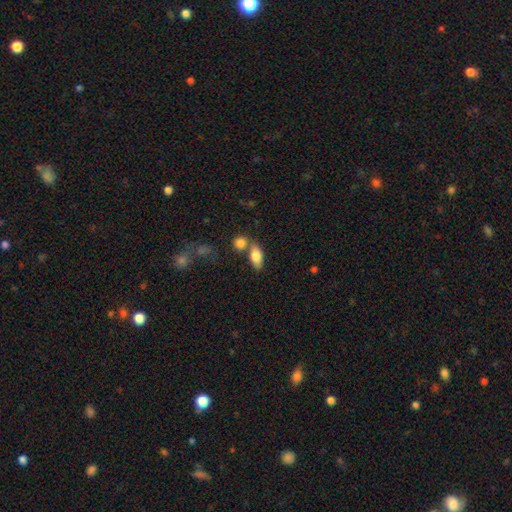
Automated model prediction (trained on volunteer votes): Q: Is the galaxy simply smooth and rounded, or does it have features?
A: smooth — 81%.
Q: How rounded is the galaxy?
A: in between — 87%.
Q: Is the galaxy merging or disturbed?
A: none — 55%.